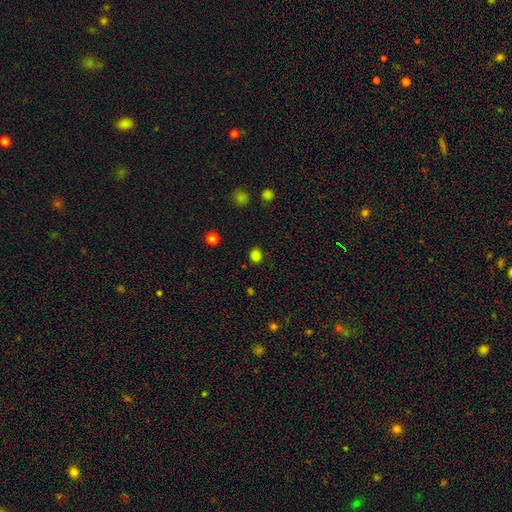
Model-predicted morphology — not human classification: Smooth or featured?
  - smooth: 82% *
  - star or artifact: 14%
  - featured or disk: 4%
How rounded?
  - round: 56% *
  - in between: 43%
  - cigar-shaped: 1%
Merging?
  - none: 87% *
  - minor disturbance: 9%
  - major disturbance: 3%
  - merger: 2%